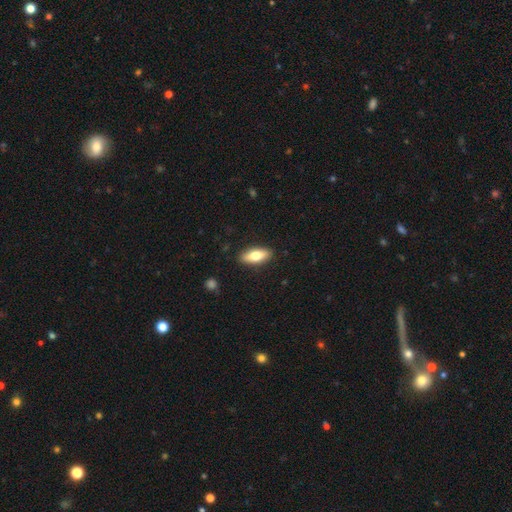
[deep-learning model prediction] smooth-or-featured: smooth: 70% | featured or disk: 24% | star or artifact: 6%
  how-rounded: in between: 72% | cigar-shaped: 25% | round: 3%
  merging: none: 88% | minor disturbance: 9% | major disturbance: 2% | merger: 1%